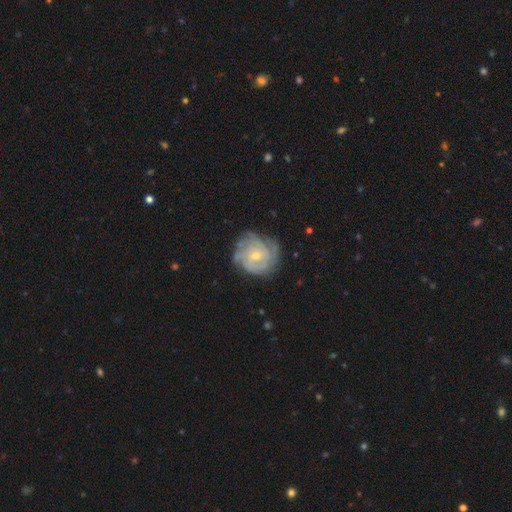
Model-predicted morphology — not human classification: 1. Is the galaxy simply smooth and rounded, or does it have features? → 77% featured or disk, 16% smooth, 7% star or artifact.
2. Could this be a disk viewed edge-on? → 98% no, 2% yes.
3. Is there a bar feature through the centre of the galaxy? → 72% no, 24% weak, 4% strong.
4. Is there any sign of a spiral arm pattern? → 89% yes, 11% no.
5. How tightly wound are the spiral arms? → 69% tight, 24% medium, 7% loose.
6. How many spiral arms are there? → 46% can't tell, 16% 4, 14% 3, 11% 2, 7% more than 4, 6% 1.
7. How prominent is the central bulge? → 65% small, 32% moderate, 1% none, 1% large, 1% dominant.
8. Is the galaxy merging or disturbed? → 69% none, 21% minor disturbance, 9% major disturbance, 2% merger.